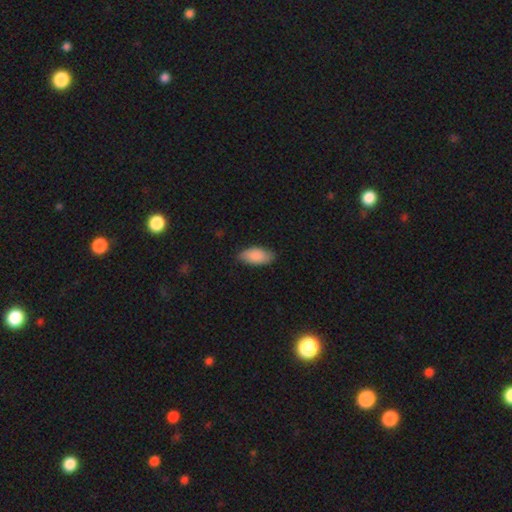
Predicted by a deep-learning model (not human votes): smooth 88%, featured or disk 7%, star or artifact 6%. Down the decision tree: how rounded — in between (92%); merging — none (79%).